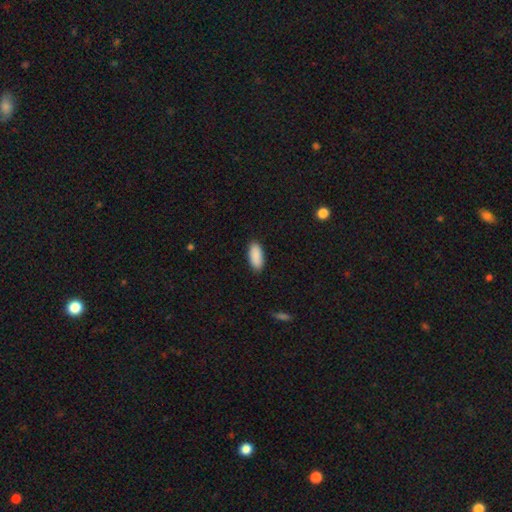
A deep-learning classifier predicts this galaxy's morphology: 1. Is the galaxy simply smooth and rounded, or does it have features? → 91% smooth, 6% star or artifact, 3% featured or disk.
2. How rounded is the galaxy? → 87% in between, 11% cigar-shaped, 2% round.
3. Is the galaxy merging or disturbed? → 89% none, 9% minor disturbance, 2% major disturbance, 1% merger.